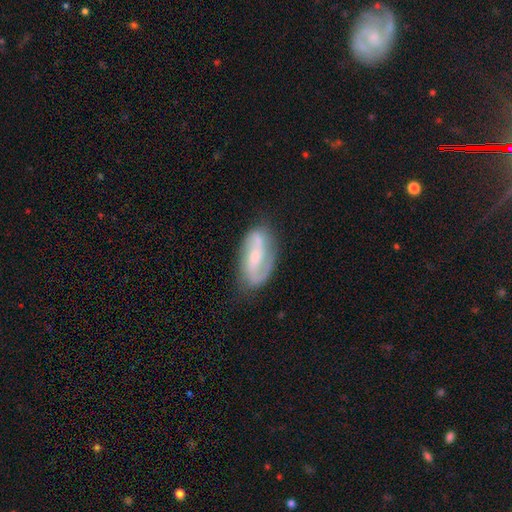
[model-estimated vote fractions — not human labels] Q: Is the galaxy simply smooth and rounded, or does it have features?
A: featured or disk — 77%.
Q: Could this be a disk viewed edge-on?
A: no — 95%.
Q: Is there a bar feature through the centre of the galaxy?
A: weak — 42%.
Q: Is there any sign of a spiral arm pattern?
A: yes — 92%.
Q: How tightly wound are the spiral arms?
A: medium — 44%.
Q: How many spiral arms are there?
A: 2 — 85%.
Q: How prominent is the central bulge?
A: small — 47%.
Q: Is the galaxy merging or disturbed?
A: none — 73%.